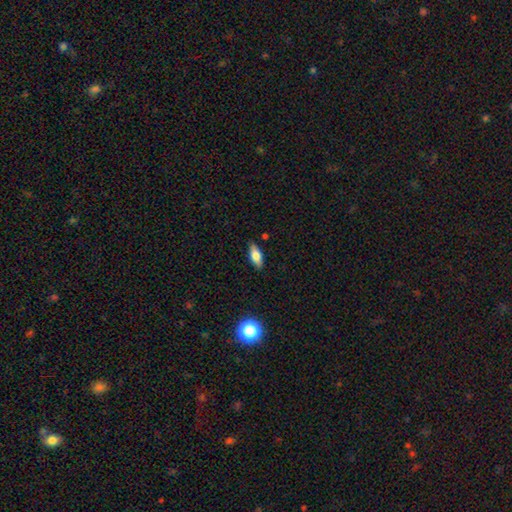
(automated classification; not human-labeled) smooth 71%, featured or disk 20%, star or artifact 8%. Down the decision tree: how rounded — in between (79%); merging — none (86%).